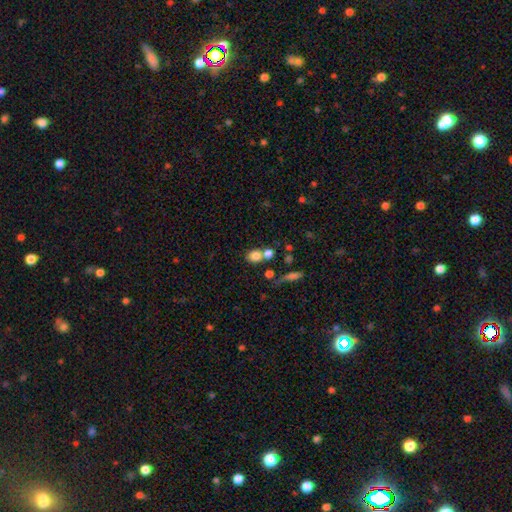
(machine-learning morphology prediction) This is clearly a smooth galaxy (80%). How rounded: likely round (64%). Merging: possibly none (48%).